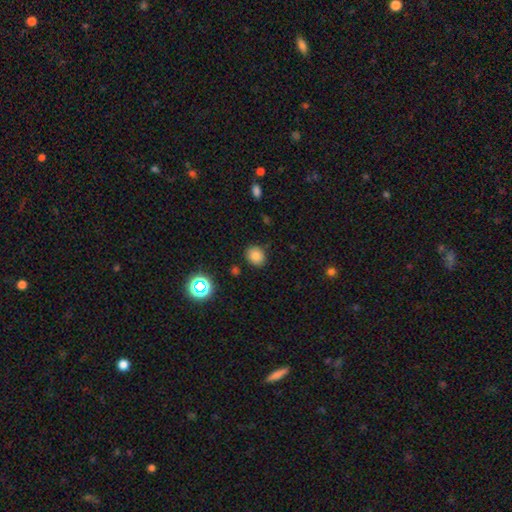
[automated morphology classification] This appears to be a smooth galaxy with no disk features (80%) that is round (70%). Merging: none (84%).